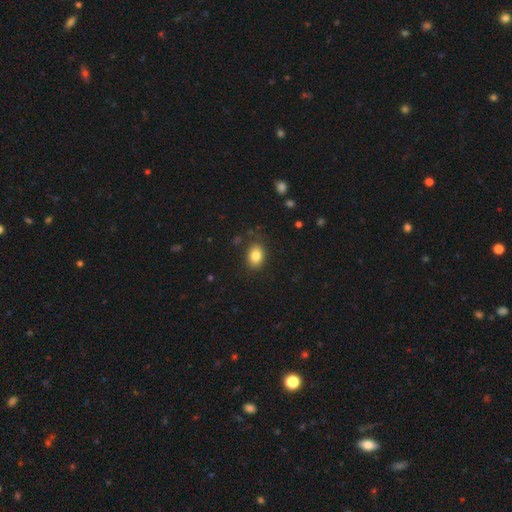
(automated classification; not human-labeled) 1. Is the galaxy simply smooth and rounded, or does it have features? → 84% smooth, 9% star or artifact, 7% featured or disk.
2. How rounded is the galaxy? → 71% in between, 28% round, 1% cigar-shaped.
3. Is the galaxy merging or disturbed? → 85% none, 11% minor disturbance, 3% major disturbance, 1% merger.